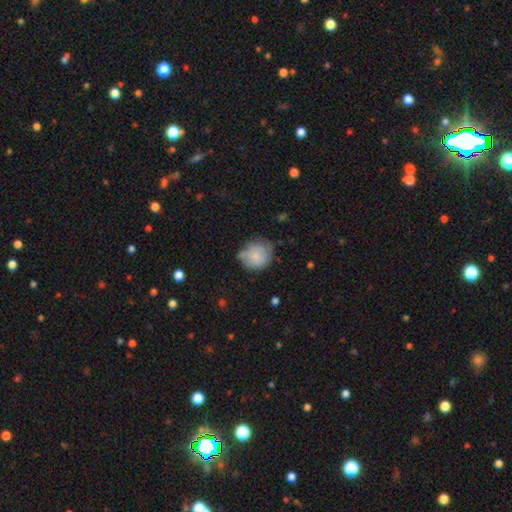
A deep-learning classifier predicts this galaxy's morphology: smooth 70%, featured or disk 22%, star or artifact 8%. Down the decision tree: how rounded — round (83%); merging — none (59%).